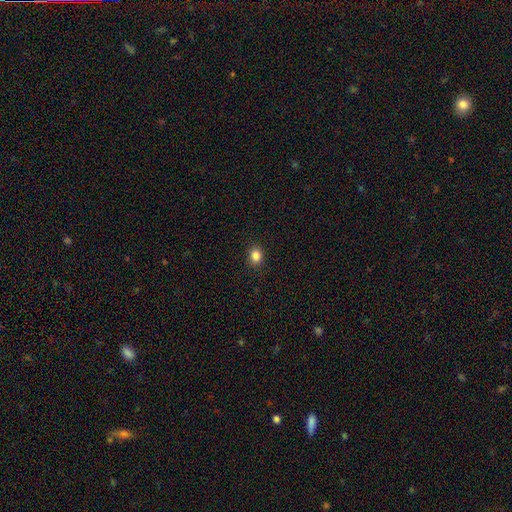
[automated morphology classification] Overall: smooth (85%). How rounded: round (59%; in between 40%). Merging: none (90%).